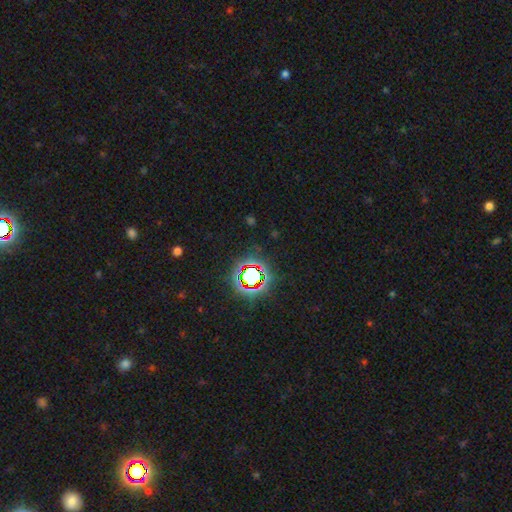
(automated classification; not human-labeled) Smooth or featured? Predicted: star or artifact (p=0.80).